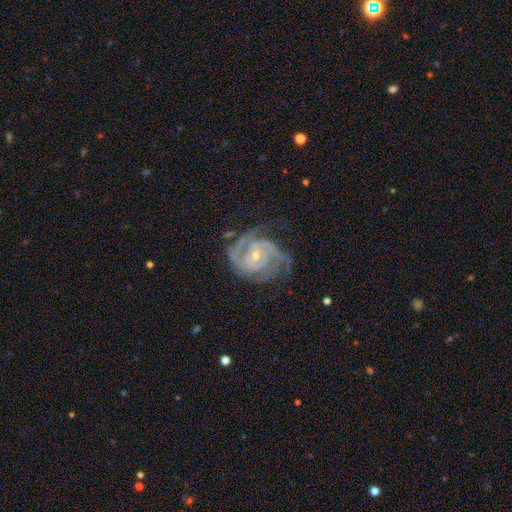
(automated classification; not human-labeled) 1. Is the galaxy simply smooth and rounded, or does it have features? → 92% featured or disk, 5% star or artifact, 4% smooth.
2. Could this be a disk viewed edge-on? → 98% no, 2% yes.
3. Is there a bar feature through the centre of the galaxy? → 57% no, 32% weak, 10% strong.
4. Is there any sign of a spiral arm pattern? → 98% yes, 2% no.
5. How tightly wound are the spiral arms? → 63% tight, 32% medium, 5% loose.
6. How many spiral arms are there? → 47% 2, 28% 3, 11% can't tell, 6% 4, 4% 1, 4% more than 4.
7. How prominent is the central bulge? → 62% small, 36% moderate, 1% large, 1% none, 1% dominant.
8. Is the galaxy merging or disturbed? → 63% none, 23% minor disturbance, 12% major disturbance, 2% merger.